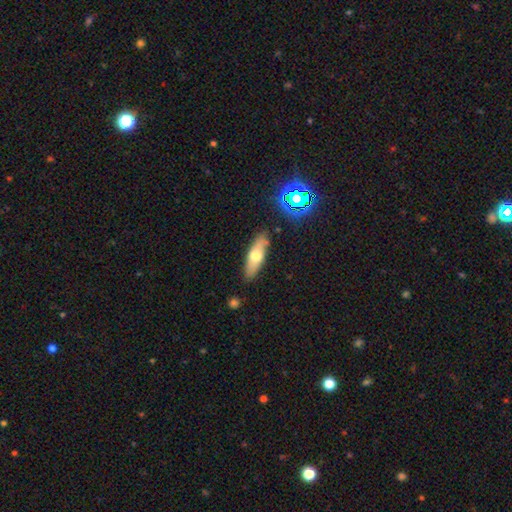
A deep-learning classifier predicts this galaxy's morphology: smooth 58%, featured or disk 34%, star or artifact 9%. Down the decision tree: how rounded — in between (52%); merging — none (84%).